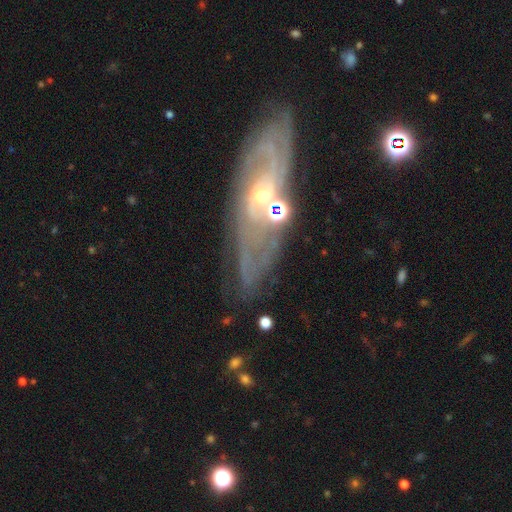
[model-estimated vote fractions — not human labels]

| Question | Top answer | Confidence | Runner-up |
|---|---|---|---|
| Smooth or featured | featured or disk | 80% | smooth (11%) |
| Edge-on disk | no | 85% | yes (15%) |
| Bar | no | 61% | weak (30%) |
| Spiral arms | yes | 89% | no (11%) |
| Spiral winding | tight | 57% | medium (31%) |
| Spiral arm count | can't tell | 41% | 2 (30%) |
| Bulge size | small | 63% | moderate (31%) |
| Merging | none | 74% | minor disturbance (15%) |